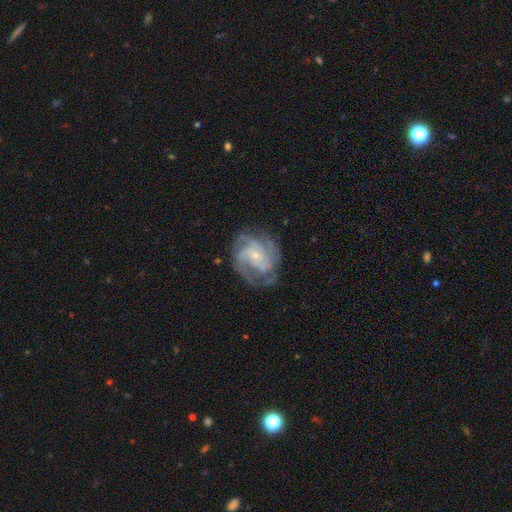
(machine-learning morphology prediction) smooth_or_featured: featured or disk (p=0.85) [alt: smooth p=0.08]
disk_edge_on: no (p=0.98) [alt: yes p=0.02]
bar: no (p=0.61) [alt: weak p=0.32]
has_spiral_arms: yes (p=0.95) [alt: no p=0.05]
spiral_winding: medium (p=0.44) [tied with: tight p=0.44]
spiral_arm_count: 3 (p=0.31) [alt: can't tell p=0.22]
bulge_size: small (p=0.74) [alt: moderate p=0.19]
merging: none (p=0.70) [alt: minor disturbance p=0.18]